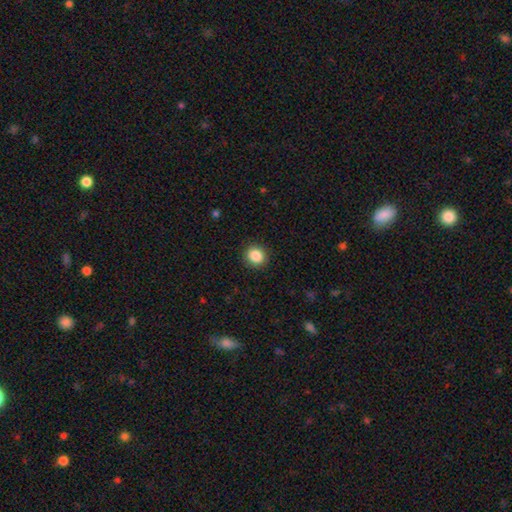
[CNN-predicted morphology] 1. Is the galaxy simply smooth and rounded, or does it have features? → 87% smooth, 9% star or artifact, 4% featured or disk.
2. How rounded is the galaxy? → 82% round, 17% in between, 1% cigar-shaped.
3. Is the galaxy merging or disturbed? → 90% none, 7% minor disturbance, 2% major disturbance, 1% merger.